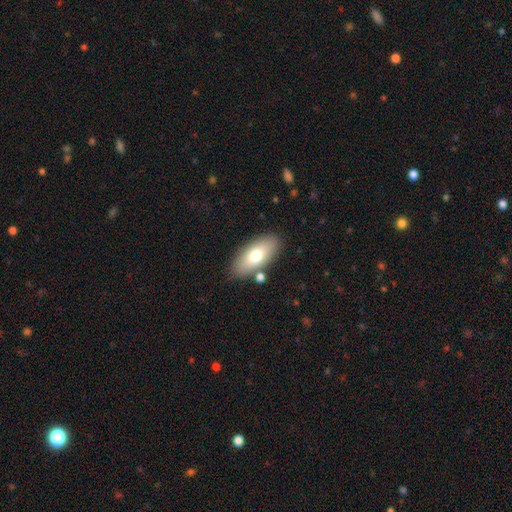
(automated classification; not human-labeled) smooth 72%, featured or disk 21%, star or artifact 7%. Down the decision tree: how rounded — in between (85%); merging — none (81%).